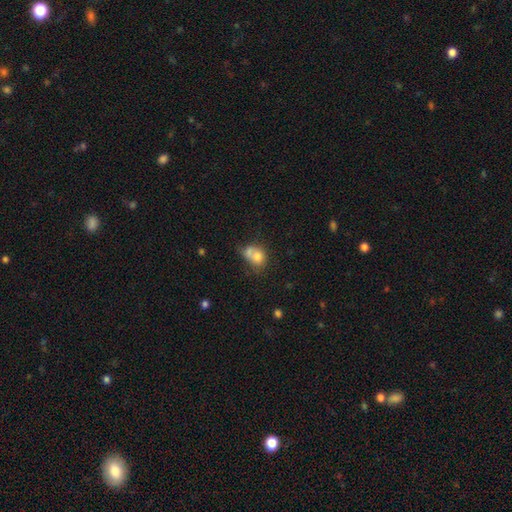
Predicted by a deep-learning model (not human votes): This appears to be a smooth galaxy with no disk features (73%) that is round (56%). Merging: merger (52%).